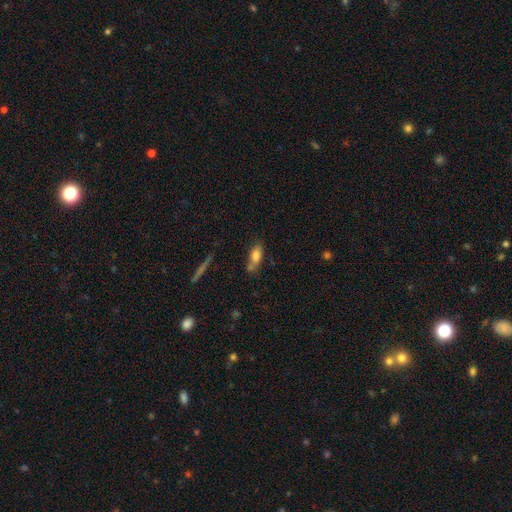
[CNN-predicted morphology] type=smooth (76%); roundness=in between (76%); merging=none (54%).